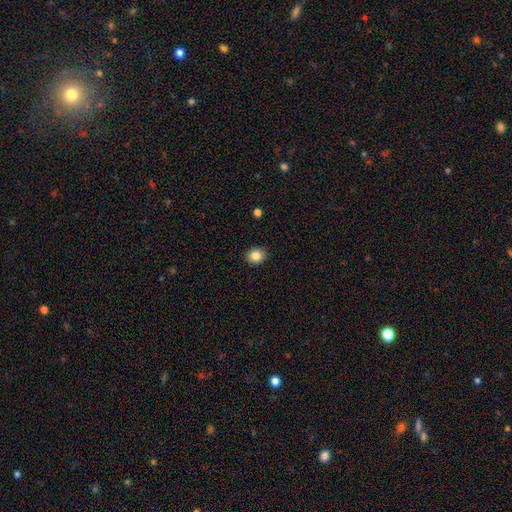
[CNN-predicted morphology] A smooth galaxy with no disk features (84%) that is round (65%).

Vote fractions:
- Smooth or featured? smooth: 84% / star or artifact: 10% / featured or disk: 6%
- How rounded? round: 65% / in between: 34% / cigar-shaped: 1%
- Merging? none: 91% / minor disturbance: 7% / major disturbance: 2% / merger: 1%